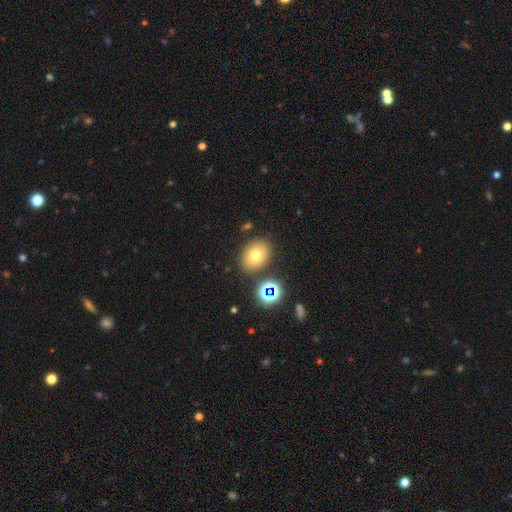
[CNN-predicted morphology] smooth-or-featured: smooth: 71% | star or artifact: 15% | featured or disk: 14%
  how-rounded: in between: 62% | round: 37% | cigar-shaped: 1%
  merging: none: 82% | minor disturbance: 10% | merger: 5% | major disturbance: 3%